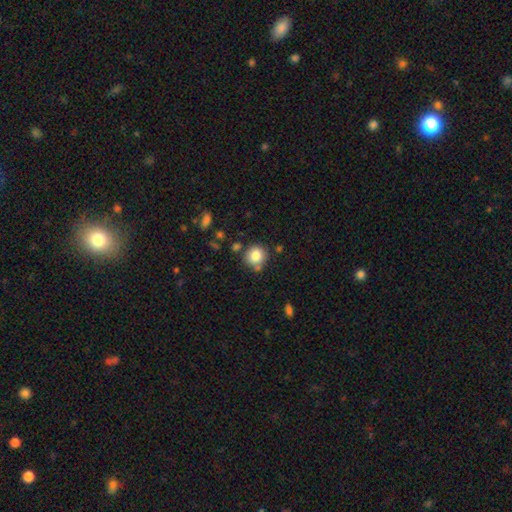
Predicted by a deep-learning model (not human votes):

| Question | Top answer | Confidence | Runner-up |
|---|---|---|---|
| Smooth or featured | smooth | 83% | star or artifact (10%) |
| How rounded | round | 88% | in between (11%) |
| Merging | none | 76% | minor disturbance (12%) |